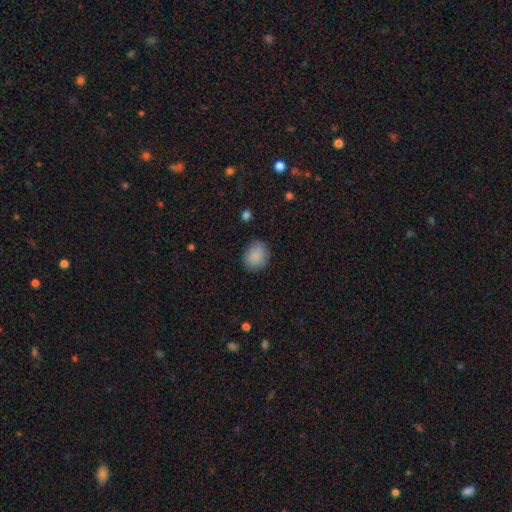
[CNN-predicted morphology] The model was most divided on "how rounded": round: 60%, in between: 39%, cigar-shaped: 1%. More confident: smooth or featured — smooth (88%); merging — none (85%).